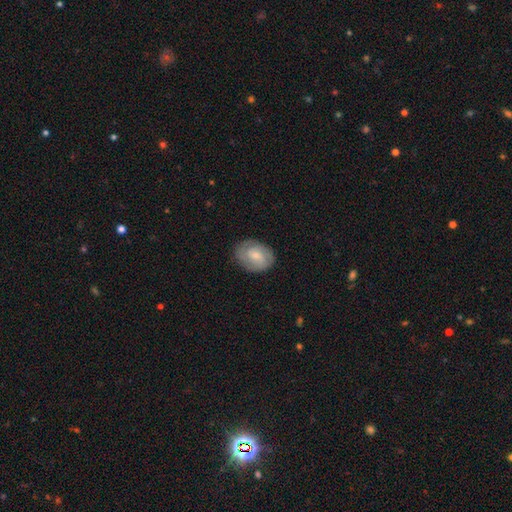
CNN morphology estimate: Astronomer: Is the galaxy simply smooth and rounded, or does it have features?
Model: featured or disk — 49% (runner-up: smooth, 45%).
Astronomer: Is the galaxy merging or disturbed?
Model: none — 78%.